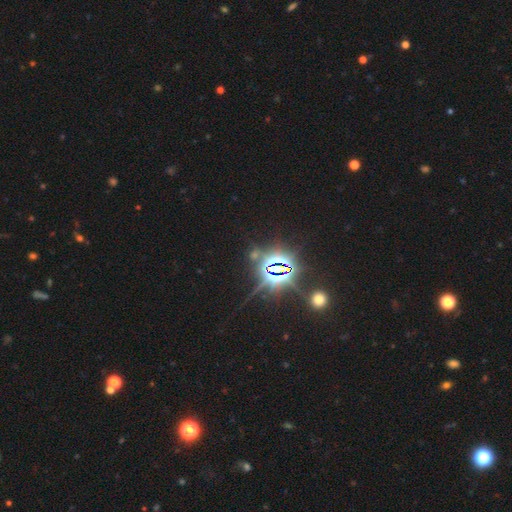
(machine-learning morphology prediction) This is clearly a star or artifact rather than a galaxy (84%).